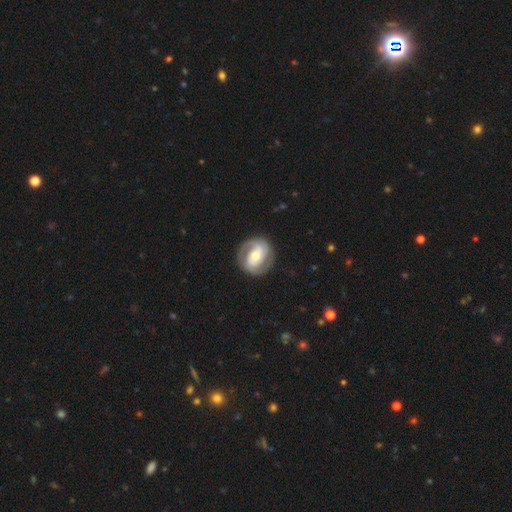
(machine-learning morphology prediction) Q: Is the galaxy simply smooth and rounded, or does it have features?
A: featured or disk — 80%.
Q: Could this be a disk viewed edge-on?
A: no — 98%.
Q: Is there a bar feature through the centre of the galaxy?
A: no — 40%.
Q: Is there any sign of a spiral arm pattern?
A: yes — 90%.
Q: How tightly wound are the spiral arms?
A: tight — 50%.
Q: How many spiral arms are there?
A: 2 — 84%.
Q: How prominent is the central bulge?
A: moderate — 66%.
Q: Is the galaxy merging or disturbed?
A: none — 82%.